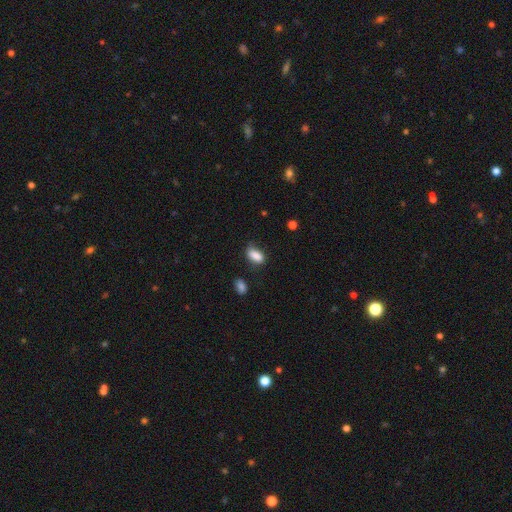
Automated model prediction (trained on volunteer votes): smooth 85%, star or artifact 9%, featured or disk 6%. Down the decision tree: how rounded — in between (87%); merging — none (60%).